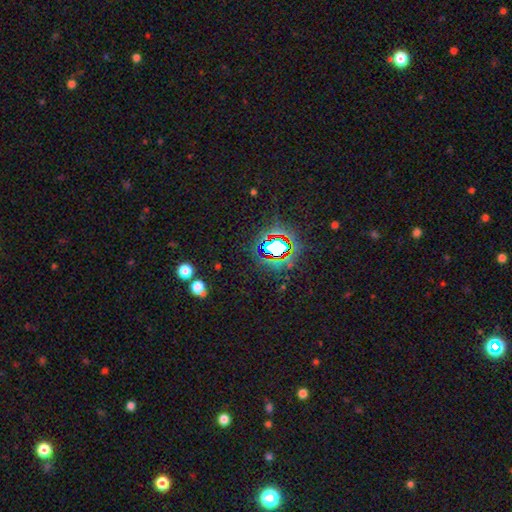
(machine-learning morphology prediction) smooth-or-featured: star or artifact: 78% | smooth: 13% | featured or disk: 10%